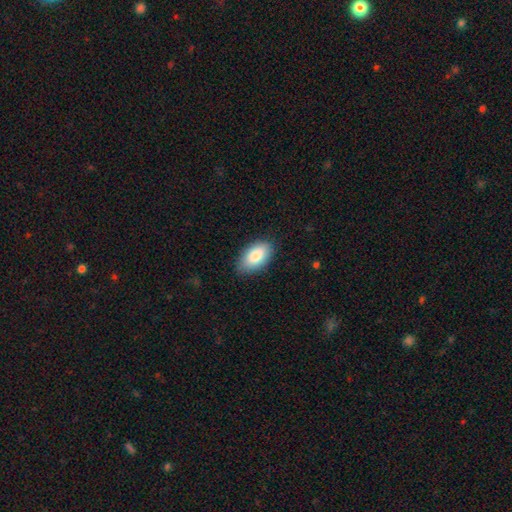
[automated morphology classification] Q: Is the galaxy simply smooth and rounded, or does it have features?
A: smooth — 85%.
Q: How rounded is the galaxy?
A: in between — 94%.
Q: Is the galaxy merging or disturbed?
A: none — 83%.